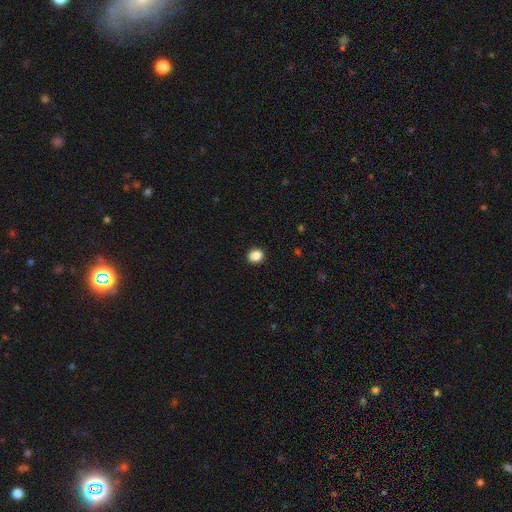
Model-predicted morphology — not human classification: A smooth galaxy with no disk features (86%) that is round (73%). Merging: none (93%).